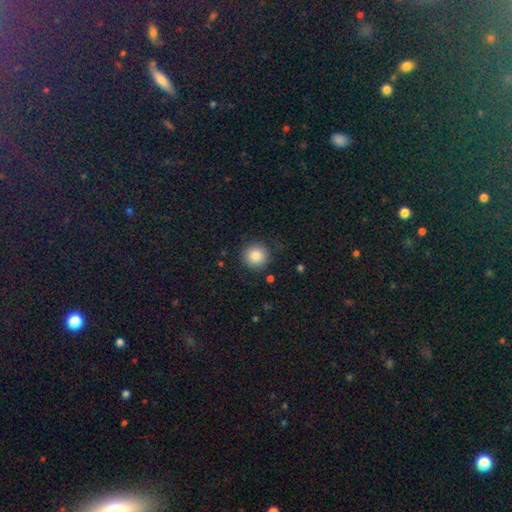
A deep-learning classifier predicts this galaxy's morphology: smooth_or_featured: smooth (p=0.86) [alt: star or artifact p=0.09]
how_rounded: round (p=0.94) [alt: in between p=0.05]
merging: none (p=0.86) [alt: minor disturbance p=0.10]